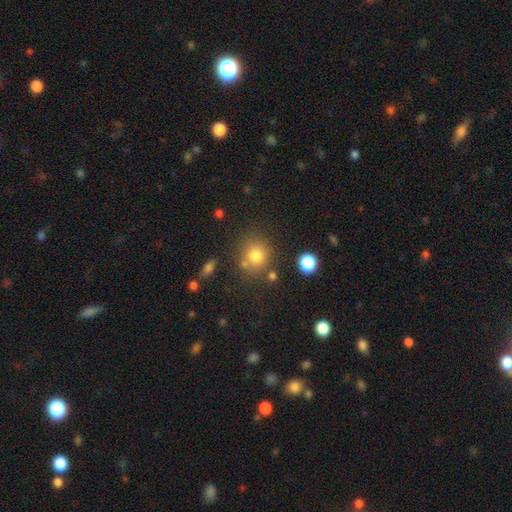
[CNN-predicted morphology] smooth_or_featured: smooth (p=0.78) [alt: star or artifact p=0.14]
how_rounded: round (p=0.84) [alt: in between p=0.15]
merging: none (p=0.73) [alt: minor disturbance p=0.12]